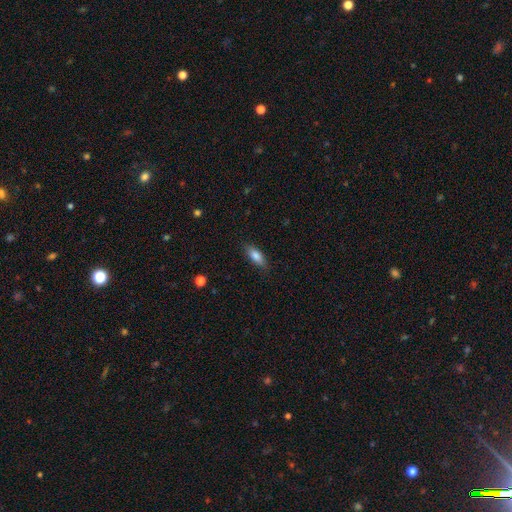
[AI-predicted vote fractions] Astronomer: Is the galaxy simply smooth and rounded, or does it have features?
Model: smooth — 81%.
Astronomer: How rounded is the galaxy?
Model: in between — 68%.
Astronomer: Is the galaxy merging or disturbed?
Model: none — 84%.